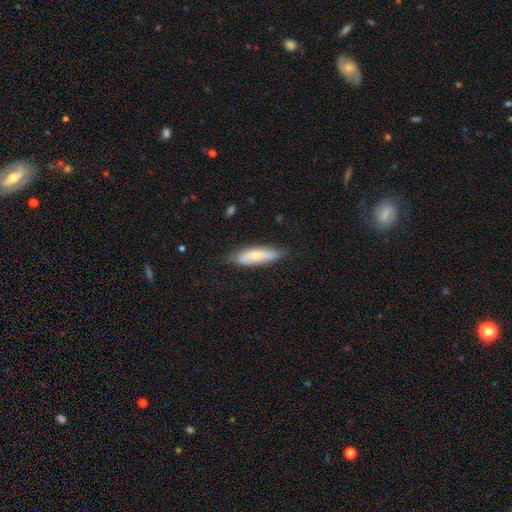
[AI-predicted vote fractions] This appears to be a smooth galaxy with no disk features (65%) that is cigar-shaped (51%). Merging: none (73%).